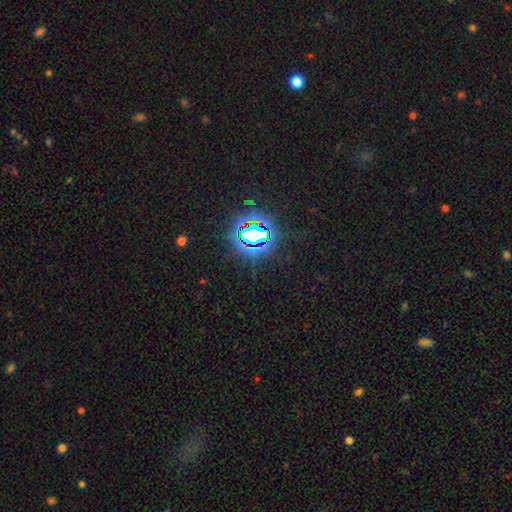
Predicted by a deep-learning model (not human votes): A star or artifact, not a galaxy (82%).